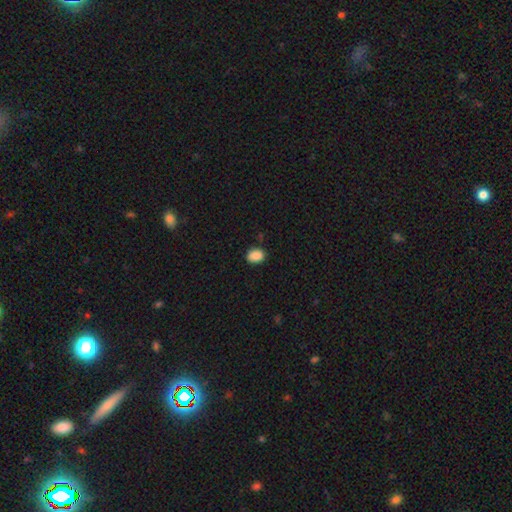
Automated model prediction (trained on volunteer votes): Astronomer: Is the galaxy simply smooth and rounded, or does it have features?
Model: smooth — 88%.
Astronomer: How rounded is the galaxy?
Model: in between — 71%.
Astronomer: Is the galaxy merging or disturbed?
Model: none — 83%.